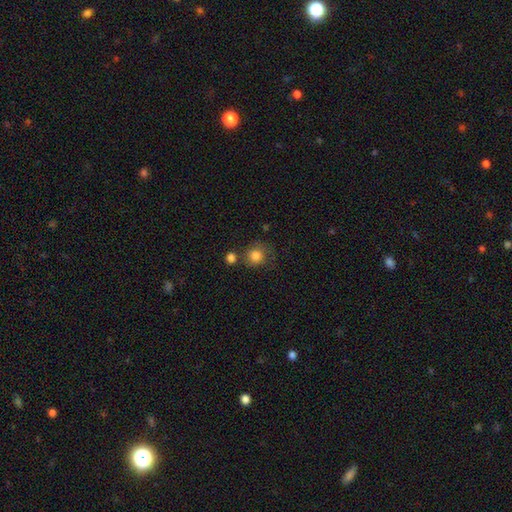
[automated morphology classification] Smooth or featured: smooth — 83% (star or artifact — 10%)
How rounded: round — 87% (in between — 12%)
Merging: none — 64% (minor disturbance — 16%)